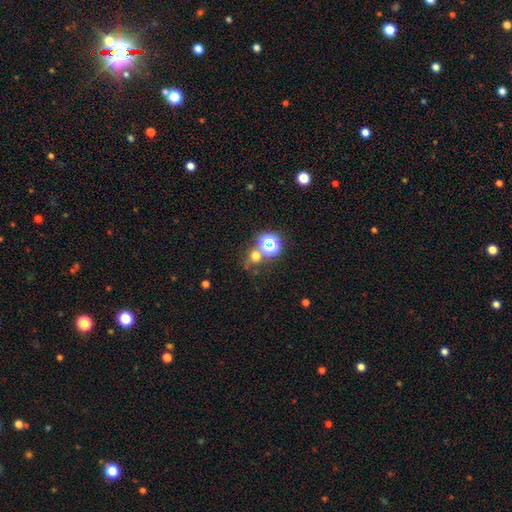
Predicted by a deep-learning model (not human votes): A smooth galaxy with no disk features (56%) that is round (87%).

Vote fractions:
- Smooth or featured? smooth: 56% / star or artifact: 34% / featured or disk: 10%
- How rounded? round: 87% / in between: 12% / cigar-shaped: 1%
- Merging? none: 62% / merger: 22% / minor disturbance: 10% / major disturbance: 6%